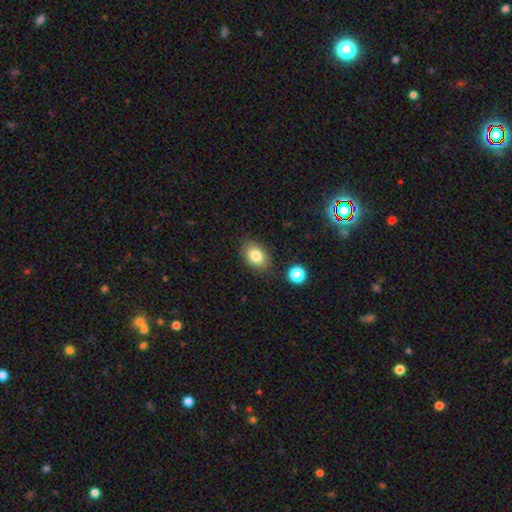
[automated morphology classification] This appears to be a smooth galaxy with no disk features (82%) that is in between round and cigar-shaped (80%). Merging: none (81%).